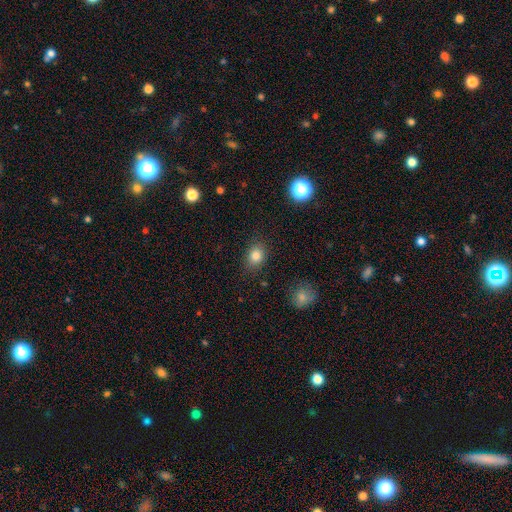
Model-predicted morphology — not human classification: A smooth galaxy with no disk features (82%) that is in between round and cigar-shaped (57%).

Vote fractions:
- Smooth or featured? smooth: 82% / star or artifact: 11% / featured or disk: 7%
- How rounded? in between: 57% / round: 42% / cigar-shaped: 1%
- Merging? none: 84% / minor disturbance: 11% / major disturbance: 3% / merger: 2%